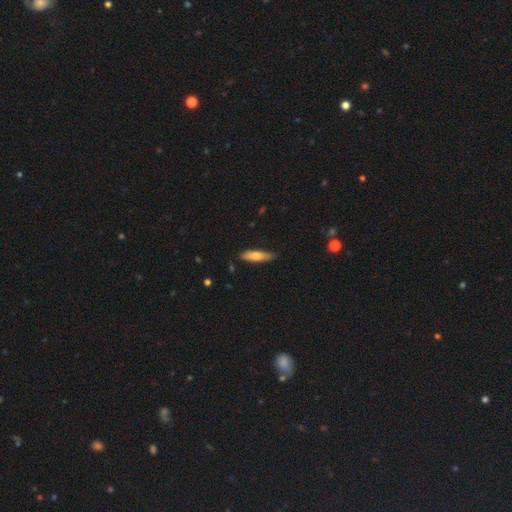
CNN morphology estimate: This appears to be a smooth galaxy with no disk features (66%) that is cigar-shaped (71%). Merging: none (84%).